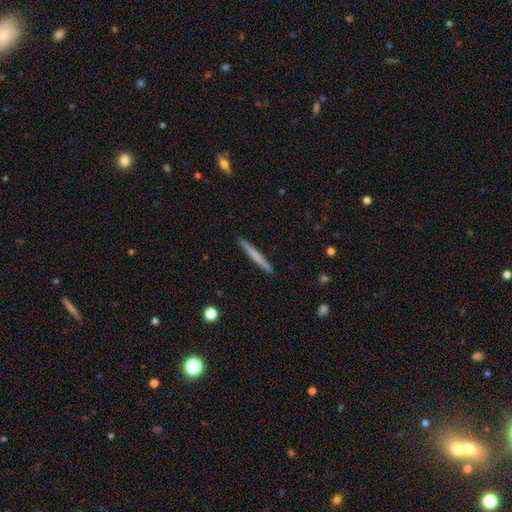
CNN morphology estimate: Smooth or featured?
  - smooth: 64% *
  - featured or disk: 30%
  - star or artifact: 6%
How rounded?
  - cigar-shaped: 97% *
  - in between: 2%
  - round: 1%
Merging?
  - none: 92% *
  - minor disturbance: 5%
  - major disturbance: 1%
  - merger: 1%